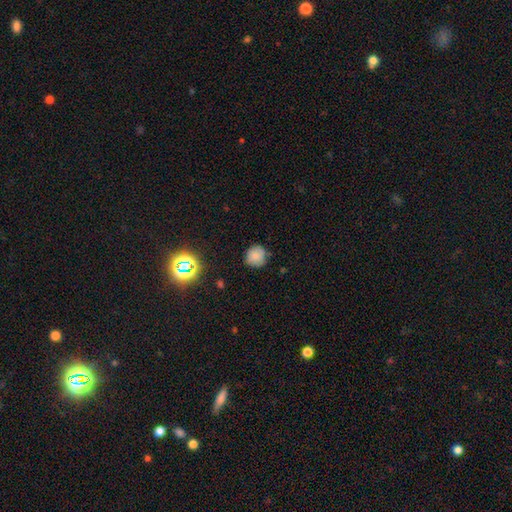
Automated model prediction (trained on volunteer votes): smooth 78%, star or artifact 14%, featured or disk 9%. Down the decision tree: how rounded — round (89%); merging — none (77%).